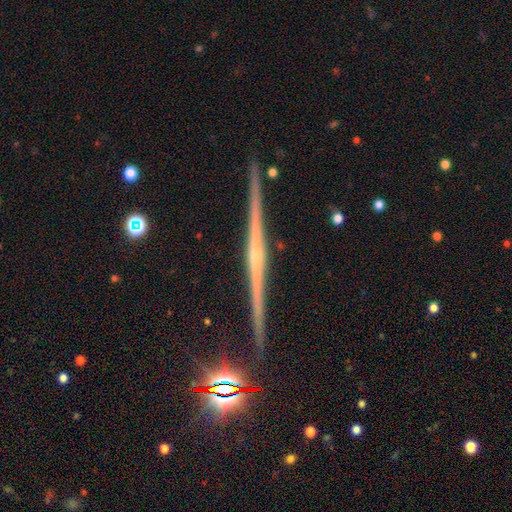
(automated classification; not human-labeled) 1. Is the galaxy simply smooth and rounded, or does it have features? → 80% featured or disk, 10% star or artifact, 10% smooth.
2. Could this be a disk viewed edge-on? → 99% yes, 1% no.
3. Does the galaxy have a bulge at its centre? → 56% none, 34% rounded, 10% boxy.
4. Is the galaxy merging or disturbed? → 92% none, 5% minor disturbance, 1% merger, 1% major disturbance.